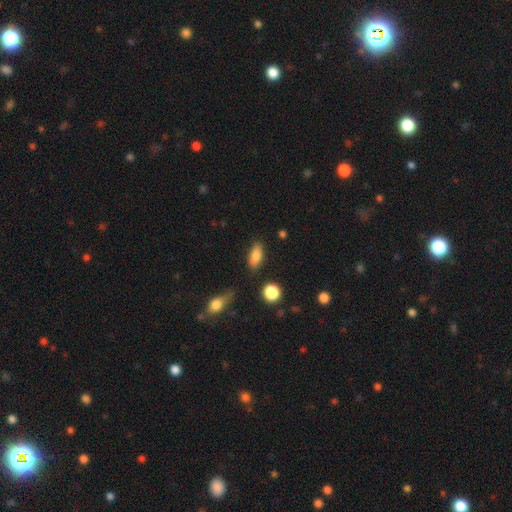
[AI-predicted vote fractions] Smooth or featured? smooth (81%)
How rounded? in between (83%)
Merging? none (79%)